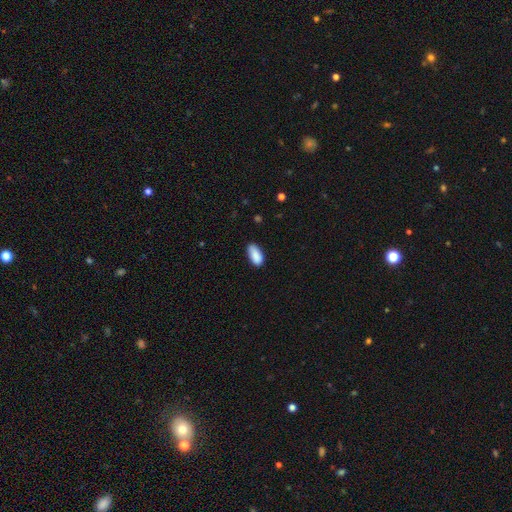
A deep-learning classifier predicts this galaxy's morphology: Overall: smooth (89%). How rounded: in between (91%). Merging: none (75%).